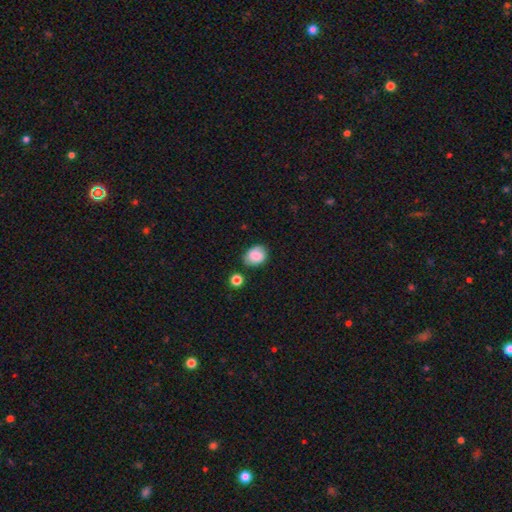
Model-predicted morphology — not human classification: smooth-or-featured: smooth: 81% | featured or disk: 10% | star or artifact: 9%
  how-rounded: in between: 61% | round: 38% | cigar-shaped: 1%
  merging: none: 70% | minor disturbance: 21% | merger: 5% | major disturbance: 4%